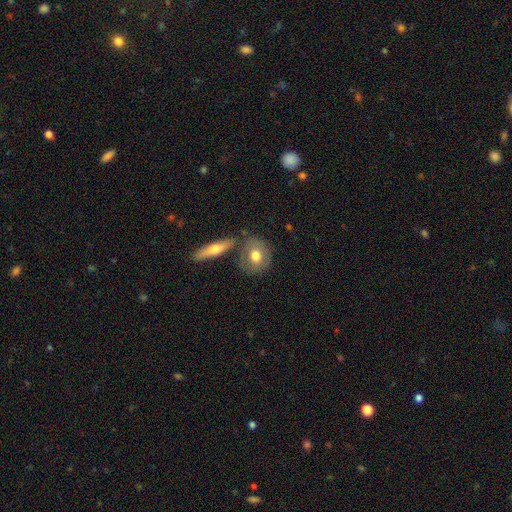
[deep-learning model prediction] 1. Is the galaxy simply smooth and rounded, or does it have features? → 66% smooth, 28% featured or disk, 6% star or artifact.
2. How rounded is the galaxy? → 60% round, 36% in between, 4% cigar-shaped.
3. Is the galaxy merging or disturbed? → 67% none, 16% merger, 13% minor disturbance, 4% major disturbance.